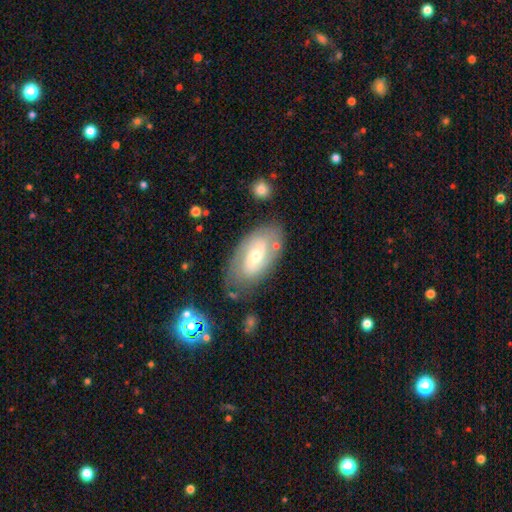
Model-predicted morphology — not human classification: Q: Smooth or featured?
A: featured or disk (70%); runner-up: smooth (23%)
Q: Edge-on disk?
A: no (94%); runner-up: yes (6%)
Q: Bar?
A: no (50%); runner-up: weak (39%)
Q: Spiral arms?
A: yes (82%); runner-up: no (18%)
Q: Spiral winding?
A: medium (42%); runner-up: tight (36%)
Q: Spiral arm count?
A: 2 (72%); runner-up: can't tell (19%)
Q: Bulge size?
A: moderate (50%); runner-up: small (45%)
Q: Merging?
A: none (72%); runner-up: minor disturbance (17%)